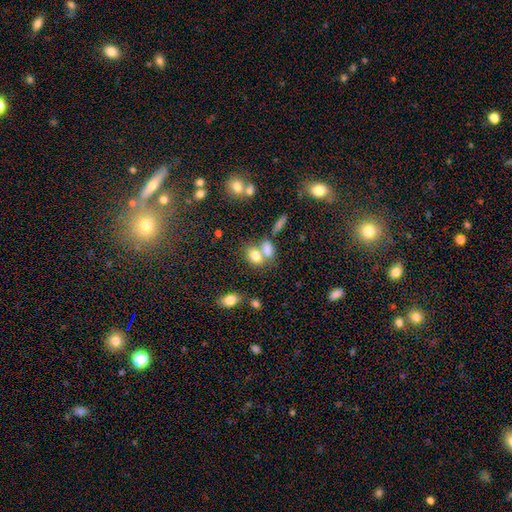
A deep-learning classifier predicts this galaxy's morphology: Smooth or featured?
  - smooth: 76% *
  - featured or disk: 12%
  - star or artifact: 12%
How rounded?
  - in between: 74% *
  - round: 24%
  - cigar-shaped: 2%
Merging?
  - merger: 44% *
  - none: 40%
  - minor disturbance: 11%
  - major disturbance: 5%